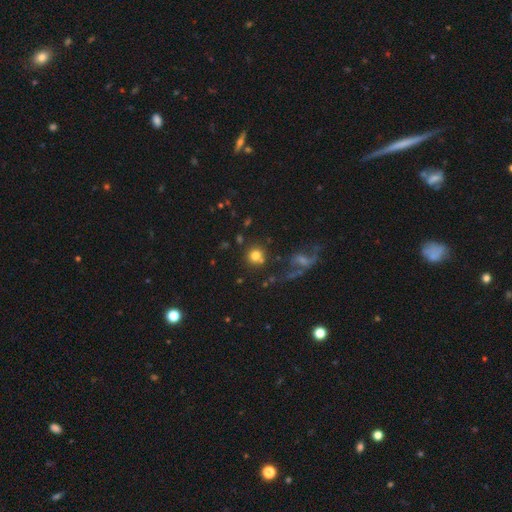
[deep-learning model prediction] Morphology: type=smooth (77%); roundness=round (91%); merging=none (74%).